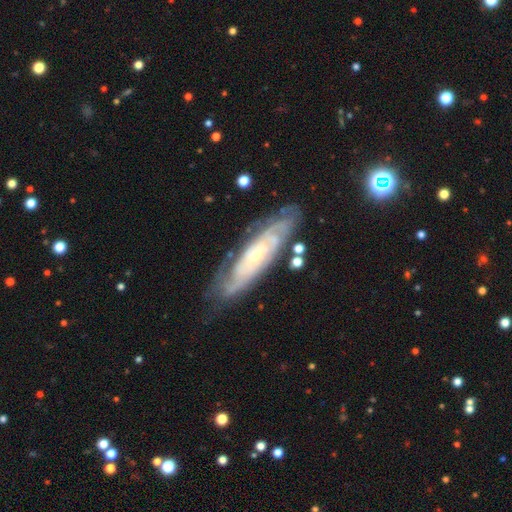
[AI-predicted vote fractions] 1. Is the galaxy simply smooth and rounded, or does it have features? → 82% featured or disk, 12% smooth, 6% star or artifact.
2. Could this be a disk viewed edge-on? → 82% no, 18% yes.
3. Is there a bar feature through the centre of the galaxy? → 75% no, 18% weak, 6% strong.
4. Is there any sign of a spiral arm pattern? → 92% yes, 8% no.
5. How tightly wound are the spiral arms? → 76% tight, 20% medium, 5% loose.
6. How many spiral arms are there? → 52% can't tell, 18% 2, 12% 3, 9% 4, 5% more than 4, 4% 1.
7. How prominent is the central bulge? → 73% small, 22% moderate, 2% large, 2% none, 1% dominant.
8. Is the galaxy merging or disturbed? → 73% none, 18% minor disturbance, 6% major disturbance, 3% merger.